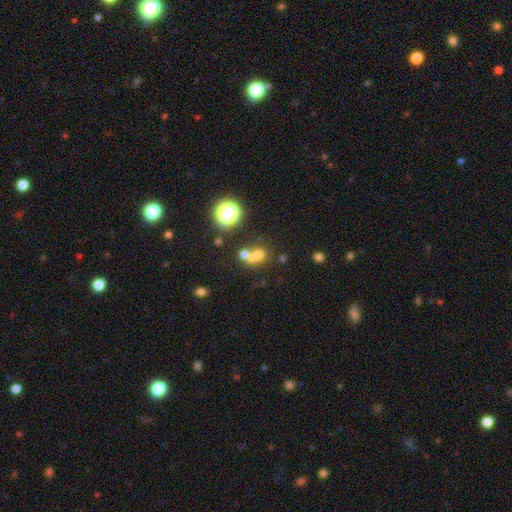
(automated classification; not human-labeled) Overall: smooth (57%; star or artifact 23%). How rounded: round (82%). Merging: merger (50%; none 40%).